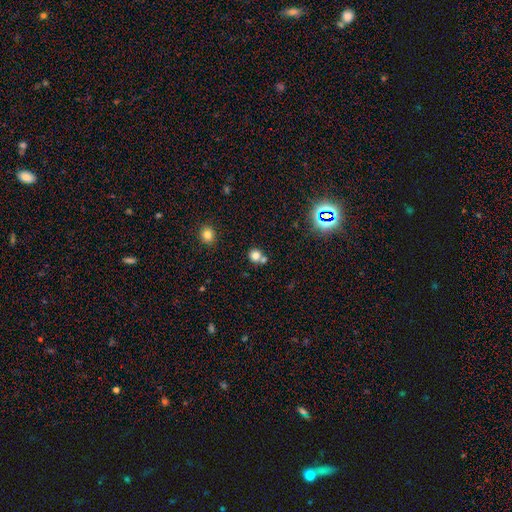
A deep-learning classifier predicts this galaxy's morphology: This is likely a smooth galaxy (77%). How rounded: clearly round (87%). Merging: possibly none (56%).